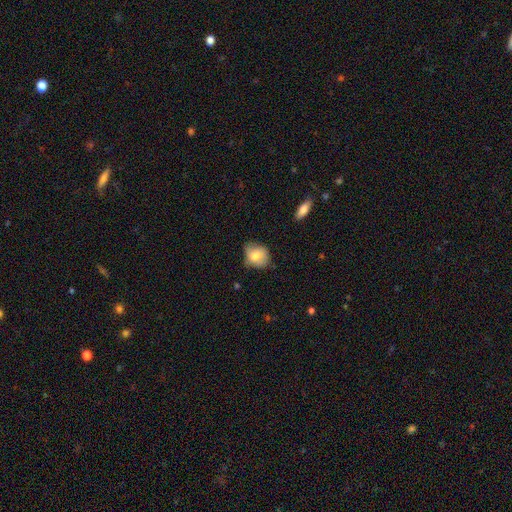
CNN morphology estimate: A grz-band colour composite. It shows a smooth galaxy with no disk features (74%) that is round (57%). Merging: none (56%).